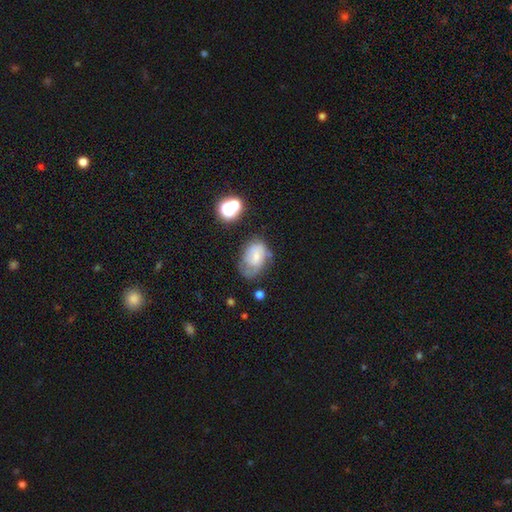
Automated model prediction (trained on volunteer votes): Smooth or featured? Predicted: featured or disk (p=0.46). Merging? Predicted: none (p=0.45).